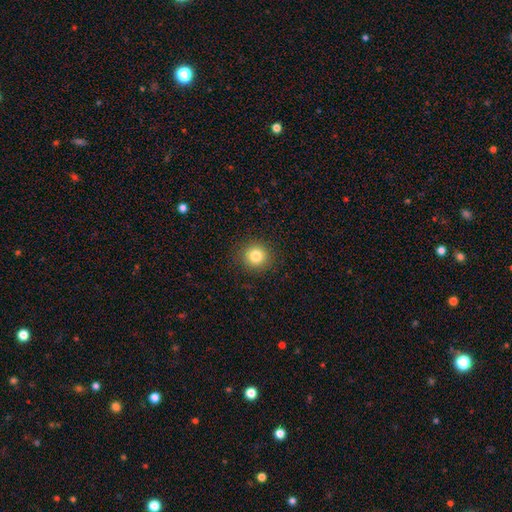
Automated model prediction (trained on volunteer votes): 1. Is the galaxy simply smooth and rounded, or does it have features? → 82% smooth, 12% star or artifact, 6% featured or disk.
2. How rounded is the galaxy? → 92% round, 7% in between, 1% cigar-shaped.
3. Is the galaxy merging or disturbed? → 90% none, 6% minor disturbance, 2% major disturbance, 1% merger.